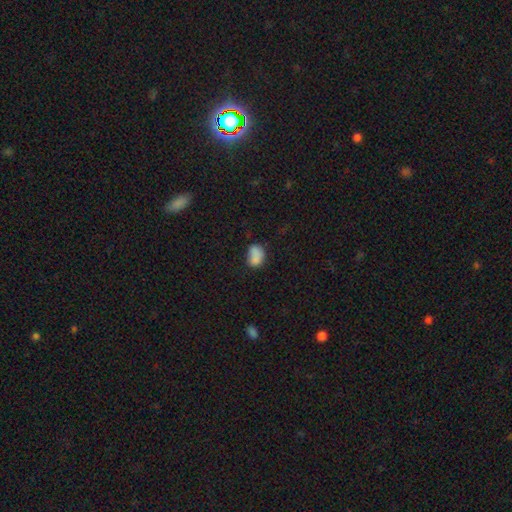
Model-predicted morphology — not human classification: Overall: smooth (81%). How rounded: in between (74%). Merging: none (49%; minor disturbance 25%).